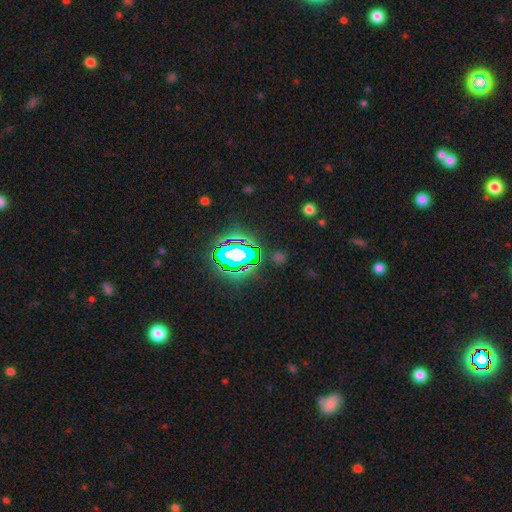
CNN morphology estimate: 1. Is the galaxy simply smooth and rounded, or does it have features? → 79% star or artifact, 14% smooth, 7% featured or disk.